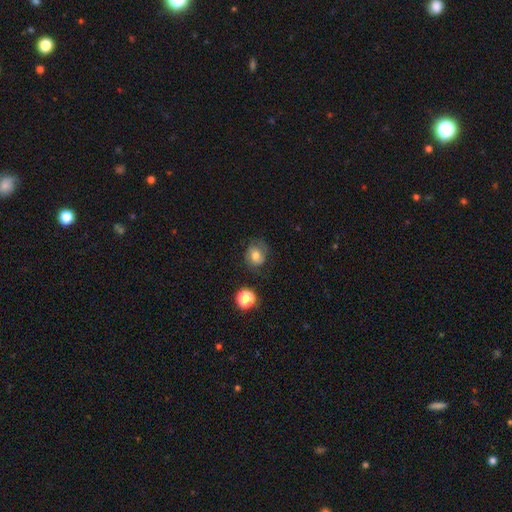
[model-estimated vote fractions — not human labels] Smooth or featured? smooth (54%)
How rounded? round (65%)
Merging? none (67%)